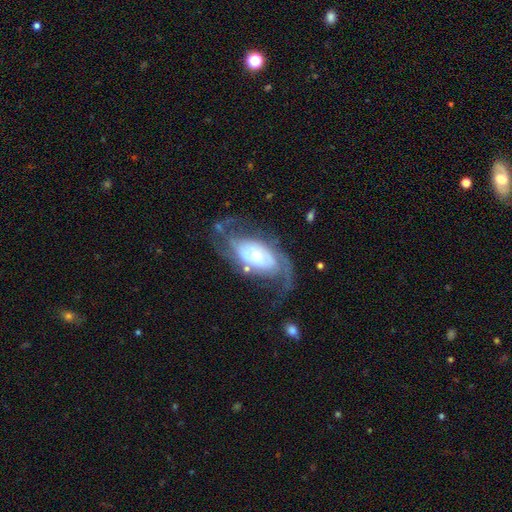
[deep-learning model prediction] The model was most divided on "spiral winding": medium: 41%, tight: 32%, loose: 27%. More confident: edge-on disk — no (95%); spiral arms — yes (92%); smooth or featured — featured or disk (83%); spiral arm count — 2 (68%); bar — no (66%); bulge size — small (57%); merging — none (57%).